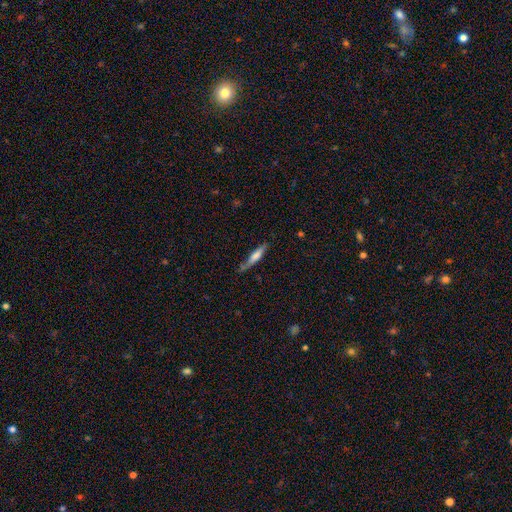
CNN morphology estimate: The model was most divided on "smooth or featured": smooth: 56%, featured or disk: 38%, star or artifact: 6%. More confident: how rounded — cigar-shaped (86%); merging — none (70%).